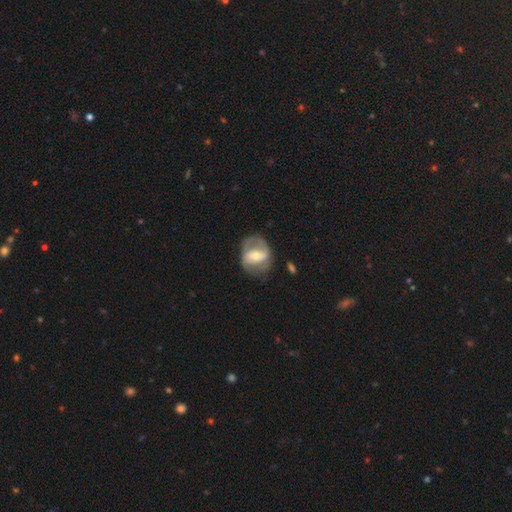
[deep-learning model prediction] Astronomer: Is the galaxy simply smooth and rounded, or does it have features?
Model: featured or disk — 74%.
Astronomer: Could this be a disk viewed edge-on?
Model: no — 97%.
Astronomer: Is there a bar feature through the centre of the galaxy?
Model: strong — 40% (runner-up: weak, 39%).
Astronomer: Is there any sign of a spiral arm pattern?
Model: yes — 81%.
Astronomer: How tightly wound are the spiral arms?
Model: medium — 46% (runner-up: loose, 28%).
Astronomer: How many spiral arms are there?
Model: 2 — 80%.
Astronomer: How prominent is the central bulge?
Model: moderate — 59%.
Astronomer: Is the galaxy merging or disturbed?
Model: none — 66%.